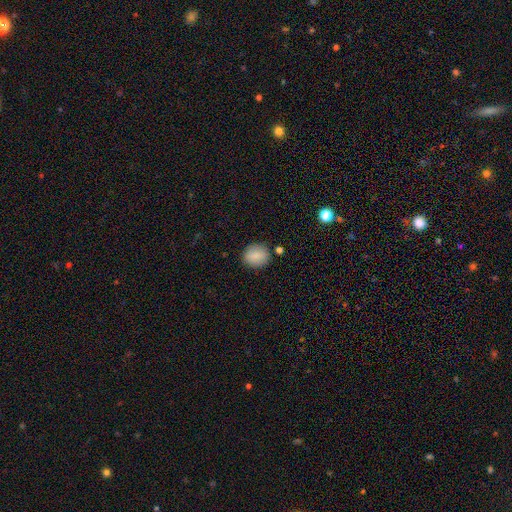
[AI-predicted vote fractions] smooth 87%, star or artifact 8%, featured or disk 5%. Down the decision tree: how rounded — round (73%); merging — none (83%).